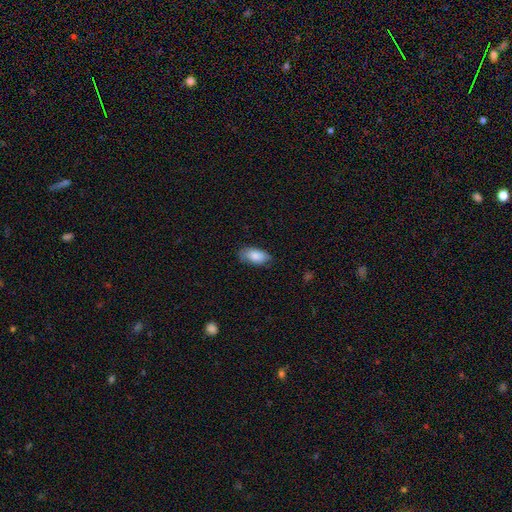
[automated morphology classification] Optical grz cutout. It shows a smooth galaxy with no disk features (83%) that is in between round and cigar-shaped (93%). Merging: none (74%).